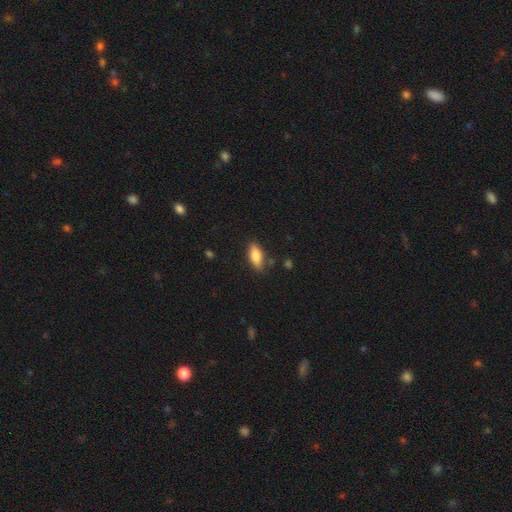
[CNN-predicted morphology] type=smooth (78%); roundness=in between (79%); merging=none (82%).